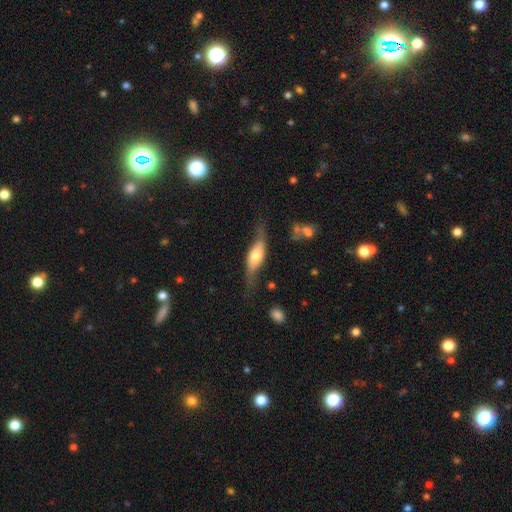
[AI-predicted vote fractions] smooth_or_featured: featured or disk (p=0.51) [alt: smooth p=0.43]
disk_edge_on: yes (p=0.56) [alt: no p=0.44]
merging: none (p=0.57) [alt: minor disturbance p=0.26]